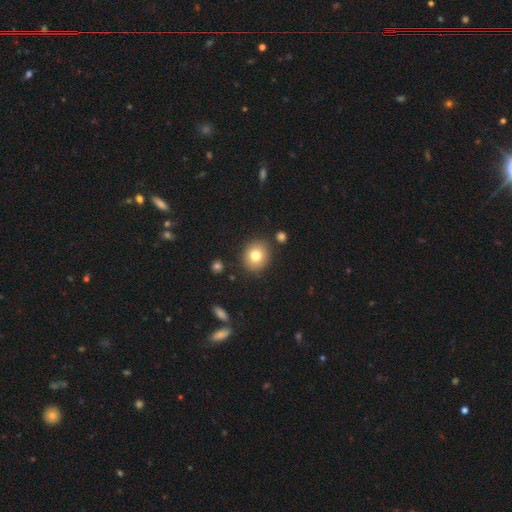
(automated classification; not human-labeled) The model was most divided on "how rounded": round: 71%, in between: 28%, cigar-shaped: 1%. More confident: merging — none (86%); smooth or featured — smooth (78%).